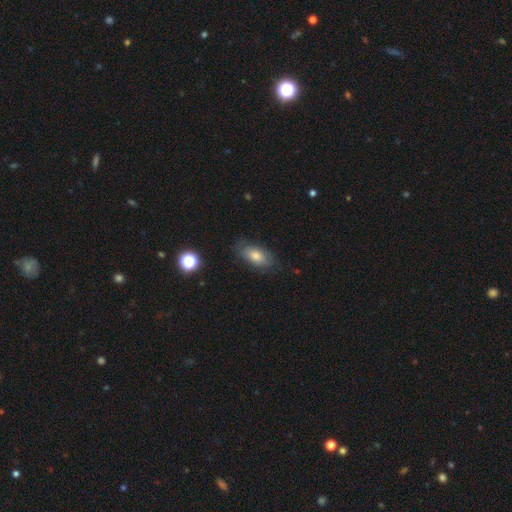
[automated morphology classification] Q: Smooth or featured?
A: smooth (68%); runner-up: featured or disk (23%)
Q: How rounded?
A: in between (88%); runner-up: cigar-shaped (7%)
Q: Merging?
A: none (78%); runner-up: minor disturbance (16%)